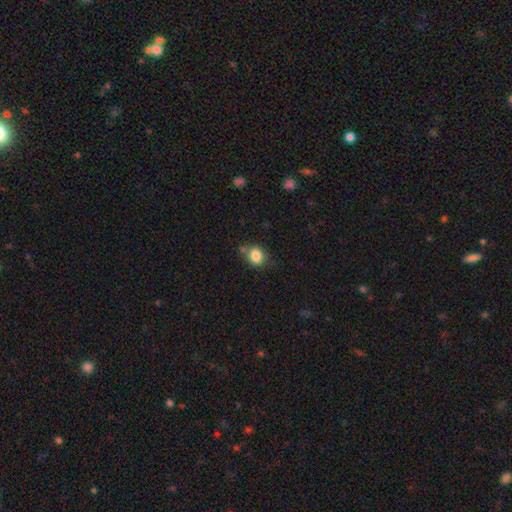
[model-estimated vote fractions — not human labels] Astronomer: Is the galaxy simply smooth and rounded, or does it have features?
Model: smooth — 84%.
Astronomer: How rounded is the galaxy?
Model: round — 70%.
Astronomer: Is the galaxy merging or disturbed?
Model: none — 66%.